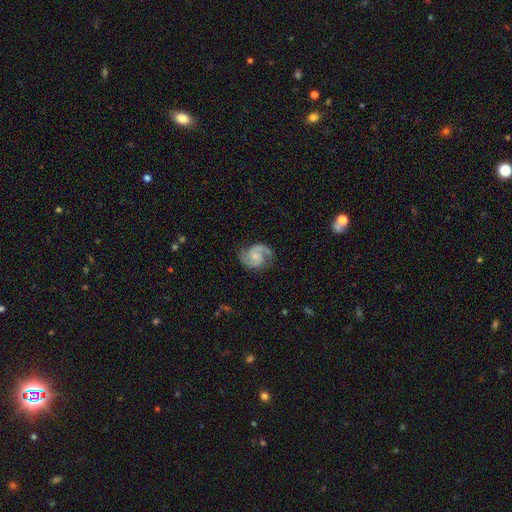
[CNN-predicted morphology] smooth_or_featured: featured or disk (p=0.87) [alt: smooth p=0.08]
disk_edge_on: no (p=0.98) [alt: yes p=0.02]
bar: no (p=0.65) [alt: weak p=0.30]
has_spiral_arms: yes (p=0.98) [alt: no p=0.02]
spiral_winding: medium (p=0.55) [alt: tight p=0.30]
spiral_arm_count: 2 (p=0.89) [alt: 1 p=0.04]
bulge_size: small (p=0.53) [alt: moderate p=0.34]
merging: none (p=0.76) [alt: minor disturbance p=0.17]